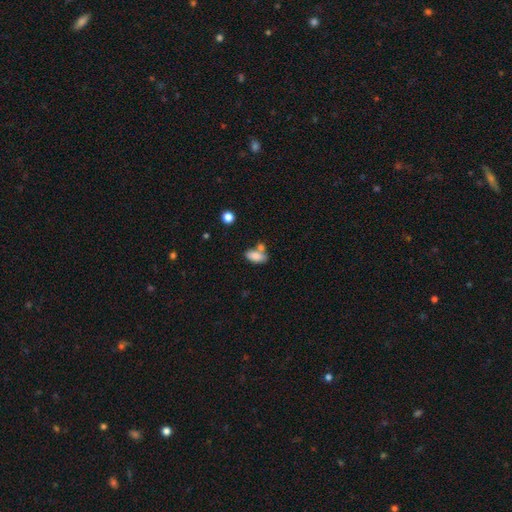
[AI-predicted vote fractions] Smooth or featured: smooth — 82% (featured or disk — 10%)
How rounded: in between — 89% (cigar-shaped — 7%)
Merging: none — 52% (merger — 29%)